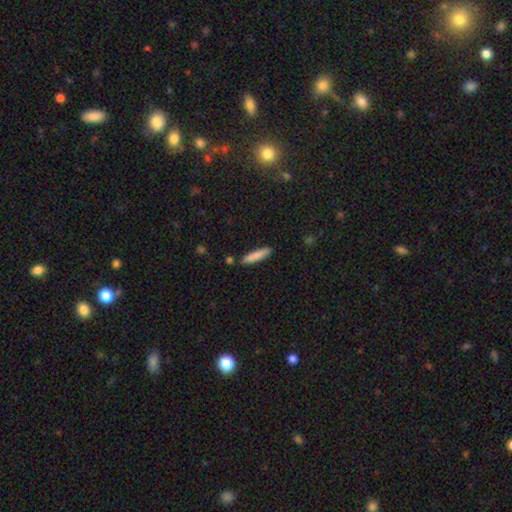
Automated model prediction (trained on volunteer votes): Smooth or featured? Predicted: smooth (p=0.84). How rounded? Predicted: cigar-shaped (p=0.85). Merging? Predicted: none (p=0.87).